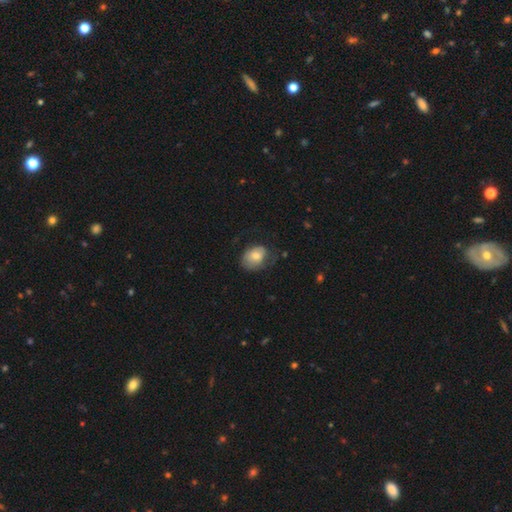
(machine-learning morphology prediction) This appears to be a smooth galaxy with no disk features (70%) that is in between round and cigar-shaped (67%). Merging: none (49%).